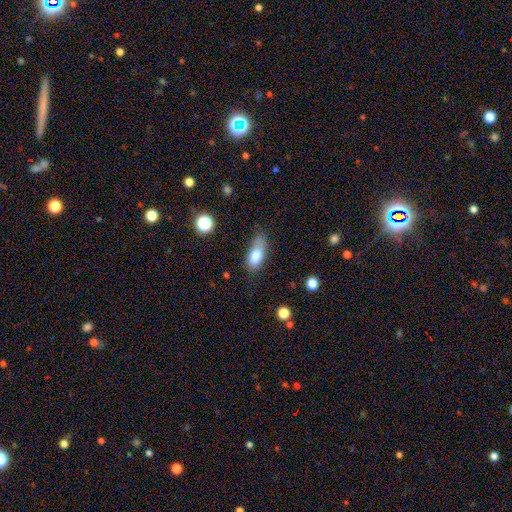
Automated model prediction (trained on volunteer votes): Smooth or featured?
  - smooth: 79% *
  - featured or disk: 13%
  - star or artifact: 8%
How rounded?
  - in between: 78% *
  - cigar-shaped: 17%
  - round: 4%
Merging?
  - none: 50% *
  - minor disturbance: 34%
  - major disturbance: 12%
  - merger: 4%